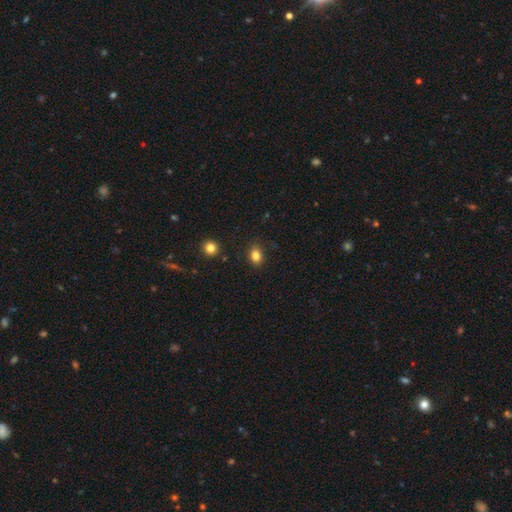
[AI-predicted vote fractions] A smooth galaxy with no disk features (82%) that is in between round and cigar-shaped (68%). Merging: none (83%).